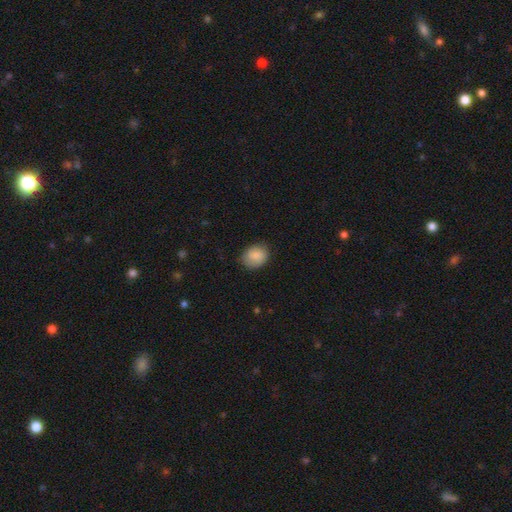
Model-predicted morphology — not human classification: smooth 86%, featured or disk 7%, star or artifact 7%. Down the decision tree: how rounded — round (51%); merging — none (76%).